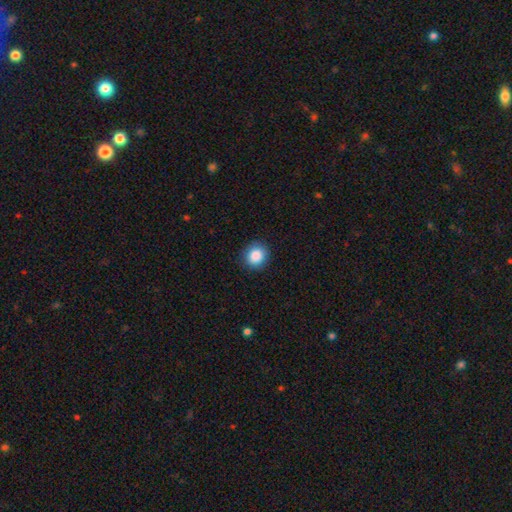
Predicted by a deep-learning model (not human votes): Q: Smooth or featured?
A: smooth (87%); runner-up: star or artifact (8%)
Q: How rounded?
A: round (81%); runner-up: in between (18%)
Q: Merging?
A: none (88%); runner-up: minor disturbance (9%)